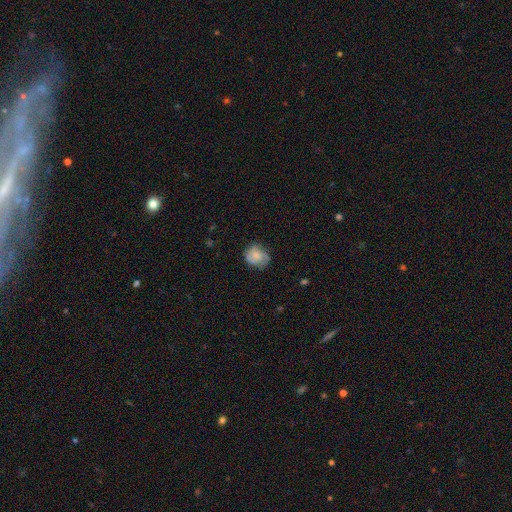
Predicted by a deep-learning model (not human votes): smooth_or_featured: smooth (p=0.58) [alt: featured or disk p=0.34]
how_rounded: round (p=0.65) [alt: in between p=0.34]
merging: none (p=0.64) [alt: minor disturbance p=0.25]